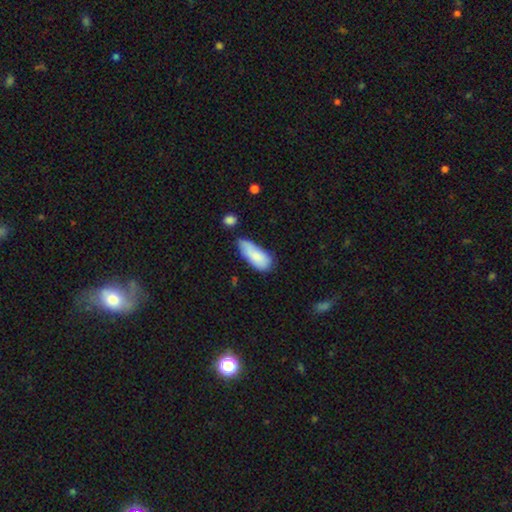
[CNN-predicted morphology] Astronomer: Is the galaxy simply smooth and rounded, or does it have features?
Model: smooth — 82%.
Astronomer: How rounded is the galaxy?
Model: in between — 83%.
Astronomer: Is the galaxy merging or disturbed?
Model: none — 42% (runner-up: minor disturbance, 40%).